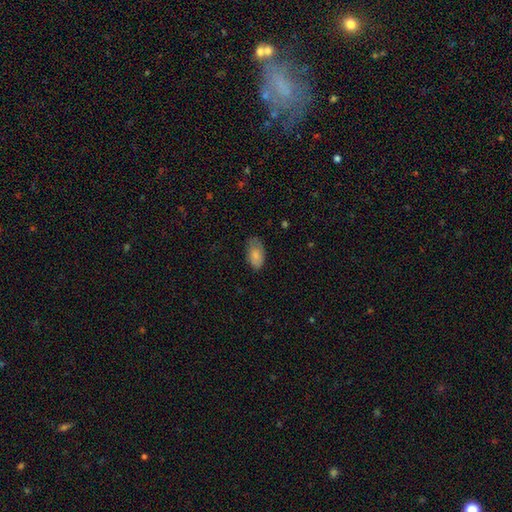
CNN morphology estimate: Smooth or featured? smooth (82%)
How rounded? in between (94%)
Merging? none (66%)